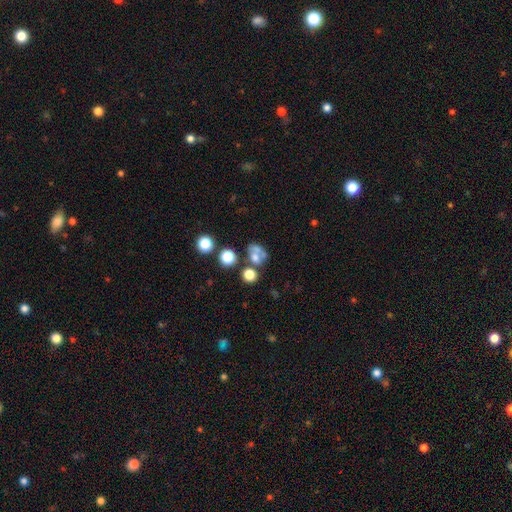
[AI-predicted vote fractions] Smooth or featured? Predicted: smooth (p=0.57). How rounded? Predicted: round (p=0.54). Merging? Predicted: merger (p=0.37).